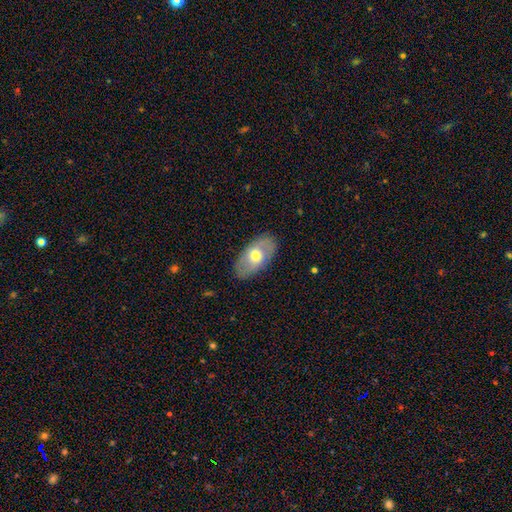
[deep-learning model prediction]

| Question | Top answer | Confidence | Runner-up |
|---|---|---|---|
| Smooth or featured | smooth | 54% | featured or disk (40%) |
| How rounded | in between | 92% | round (5%) |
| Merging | none | 83% | minor disturbance (12%) |